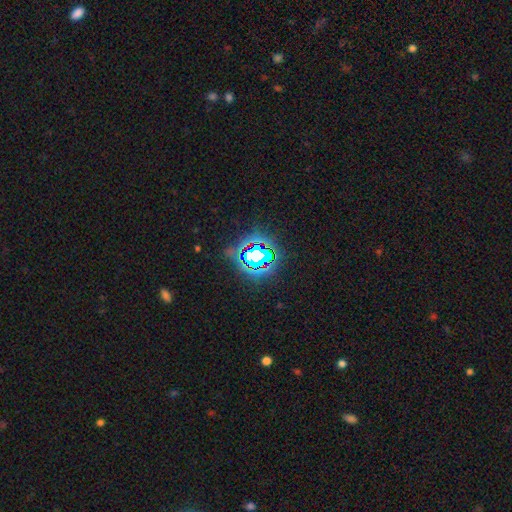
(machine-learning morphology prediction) This appears to be a star or artifact, not a galaxy (69%).